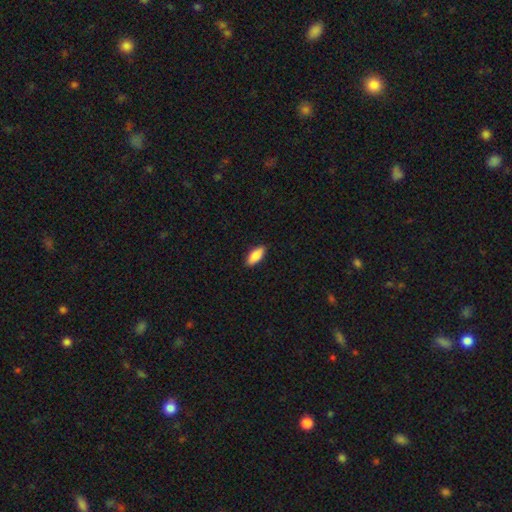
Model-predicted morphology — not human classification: A smooth galaxy with no disk features (87%) that is in between round and cigar-shaped (83%).

Vote fractions:
- Smooth or featured? smooth: 87% / featured or disk: 7% / star or artifact: 6%
- How rounded? in between: 83% / cigar-shaped: 15% / round: 2%
- Merging? none: 89% / minor disturbance: 9% / major disturbance: 2% / merger: 1%